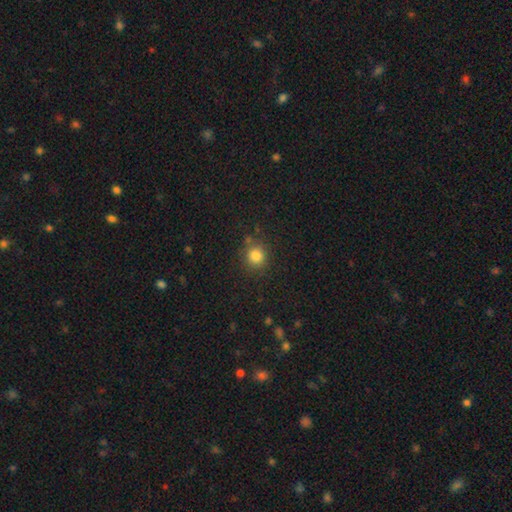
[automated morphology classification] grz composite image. It shows a smooth galaxy with no disk features (83%) that is round (88%). Merging: none (83%).